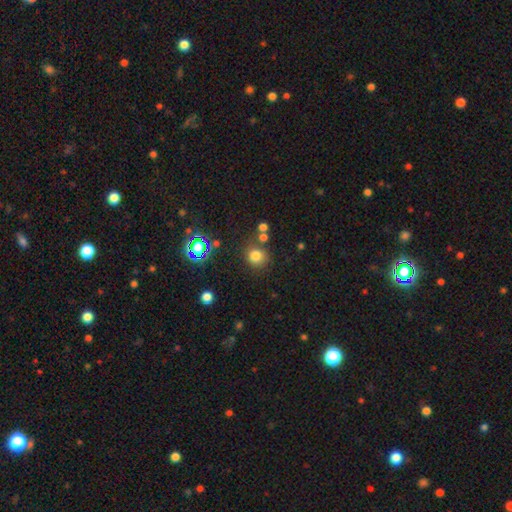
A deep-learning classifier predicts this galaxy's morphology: The model was most divided on "smooth or featured": smooth: 76%, star or artifact: 17%, featured or disk: 6%. More confident: how rounded — round (87%); merging — none (74%).